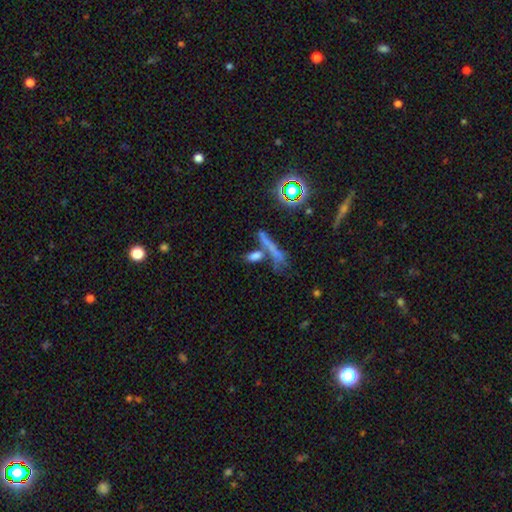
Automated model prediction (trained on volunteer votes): Smooth or featured? smooth (69%)
How rounded? cigar-shaped (51%)
Merging? none (48%)